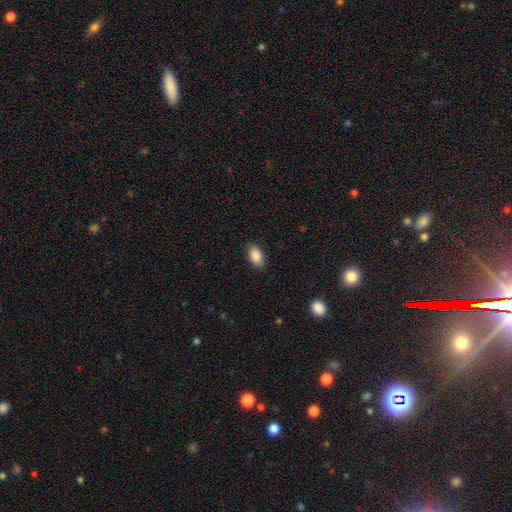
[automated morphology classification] Smooth or featured: smooth — 88% (star or artifact — 7%)
How rounded: in between — 93% (round — 4%)
Merging: none — 88% (minor disturbance — 9%)